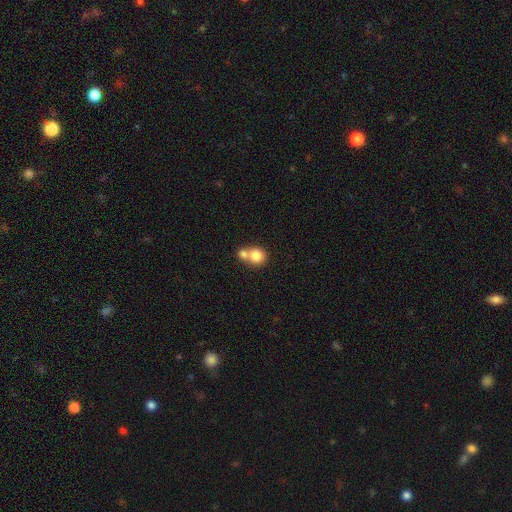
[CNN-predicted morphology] Smooth or featured? smooth (79%)
How rounded? round (85%)
Merging? merger (56%)